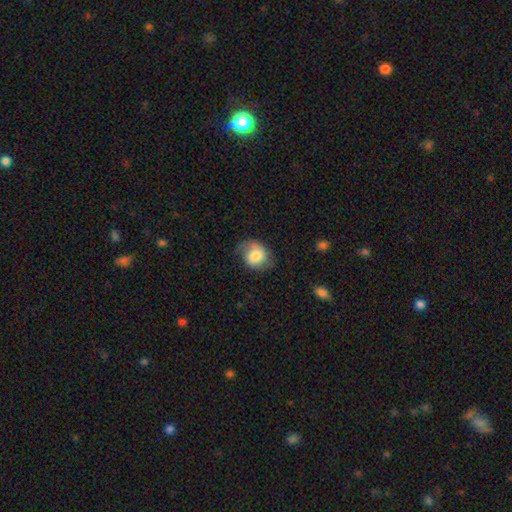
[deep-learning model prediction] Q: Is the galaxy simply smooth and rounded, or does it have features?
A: smooth — 61%.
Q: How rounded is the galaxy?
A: round — 57%.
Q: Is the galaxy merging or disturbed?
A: none — 47%.